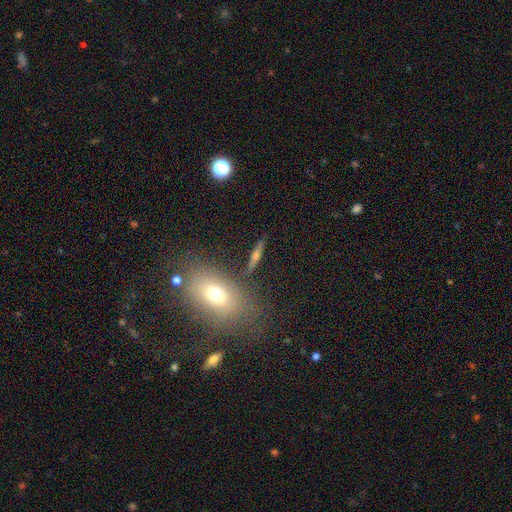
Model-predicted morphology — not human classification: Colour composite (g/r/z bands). It shows a featured or disk galaxy (47%). Merging: none (81%).